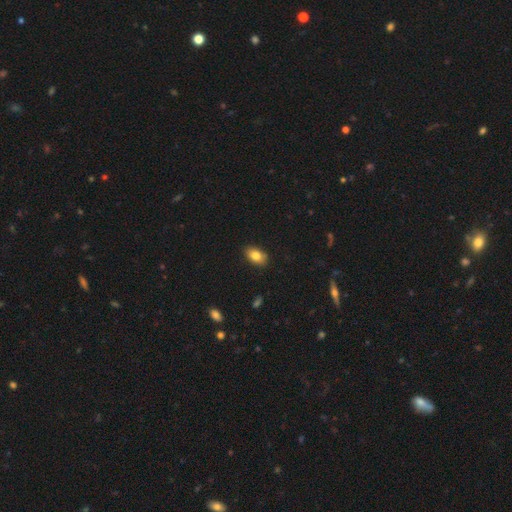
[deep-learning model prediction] Morphology: type=smooth (82%); roundness=in between (88%); merging=none (86%).